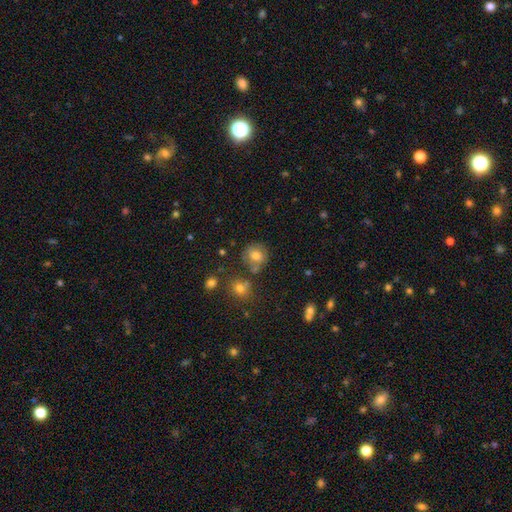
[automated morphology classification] Smooth or featured: smooth — 75% (featured or disk — 13%)
How rounded: round — 75% (in between — 24%)
Merging: none — 66% (minor disturbance — 18%)